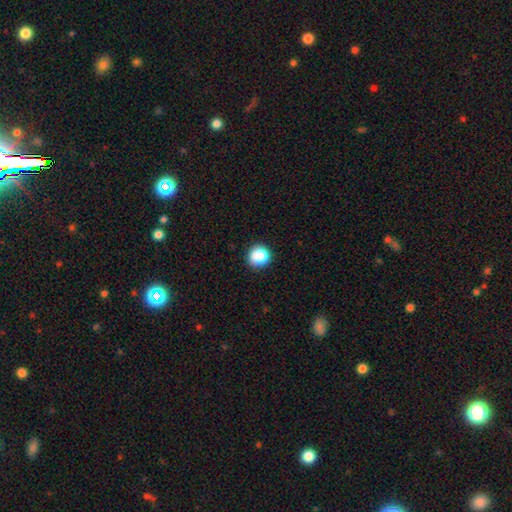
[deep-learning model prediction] The model was most divided on "merging": none: 81%, minor disturbance: 13%, merger: 3%, major disturbance: 3%. More confident: how rounded — round (87%); smooth or featured — smooth (81%).